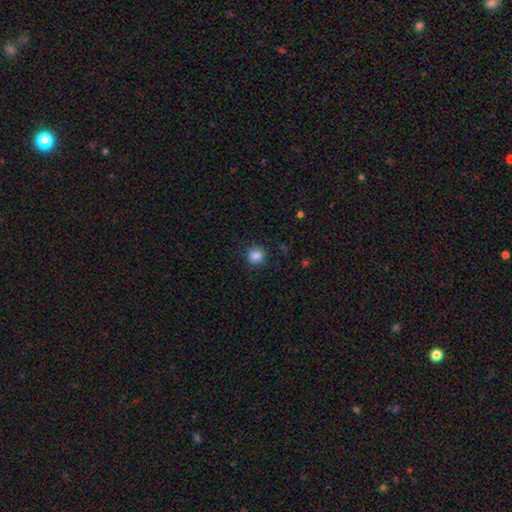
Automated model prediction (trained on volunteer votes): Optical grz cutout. It shows a smooth galaxy with no disk features (86%) that is round (88%). Merging: none (88%).